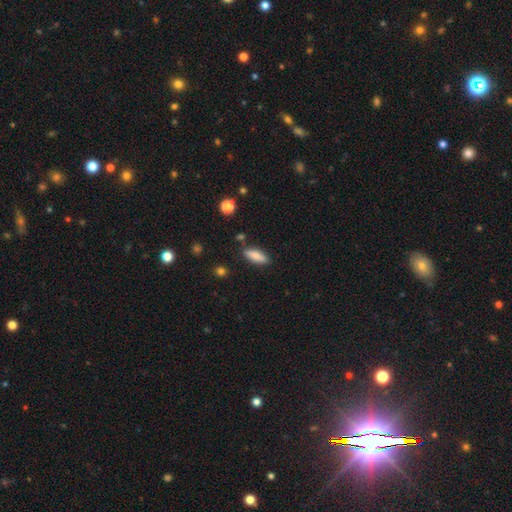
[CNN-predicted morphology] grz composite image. It shows a smooth galaxy with no disk features (80%) that is in between round and cigar-shaped (56%). Merging: none (84%).